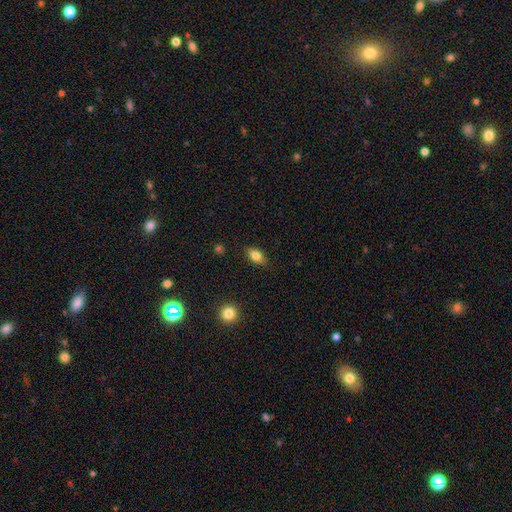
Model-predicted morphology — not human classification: This is likely a smooth galaxy (77%). How rounded: clearly in between (83%). Merging: clearly none (84%).